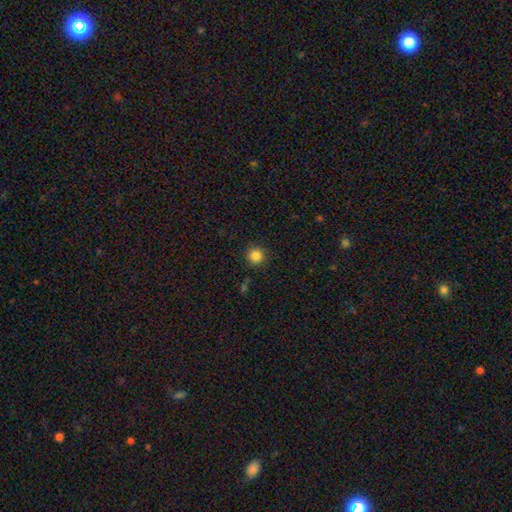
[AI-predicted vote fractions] A smooth galaxy with no disk features (85%) that is round (95%). Merging: none (91%).